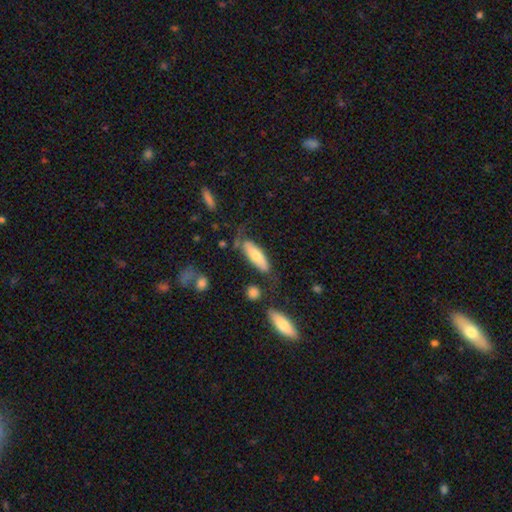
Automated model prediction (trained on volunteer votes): smooth 60%, featured or disk 34%, star or artifact 6%. Down the decision tree: how rounded — in between (57%); merging — none (54%).